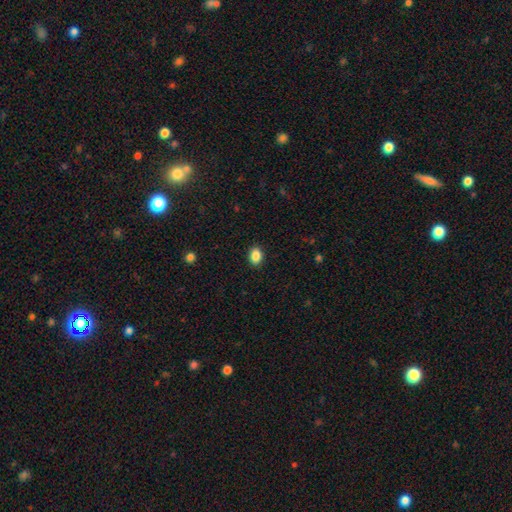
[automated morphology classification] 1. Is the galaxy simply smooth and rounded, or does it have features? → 88% smooth, 9% star or artifact, 4% featured or disk.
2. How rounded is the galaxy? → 70% in between, 29% round, 1% cigar-shaped.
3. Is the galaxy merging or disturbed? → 90% none, 7% minor disturbance, 2% major disturbance, 1% merger.